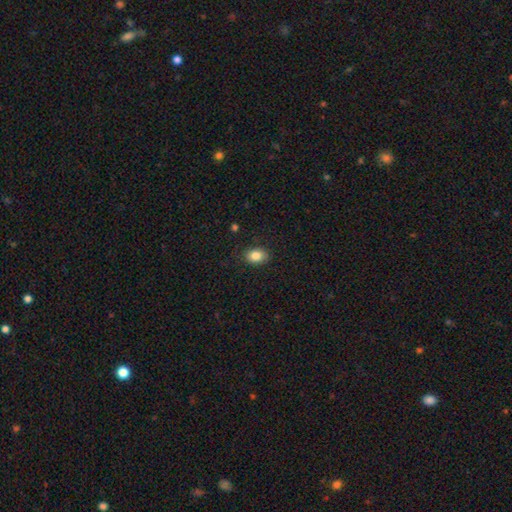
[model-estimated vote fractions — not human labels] Overall: smooth (85%). How rounded: in between (73%). Merging: none (86%).